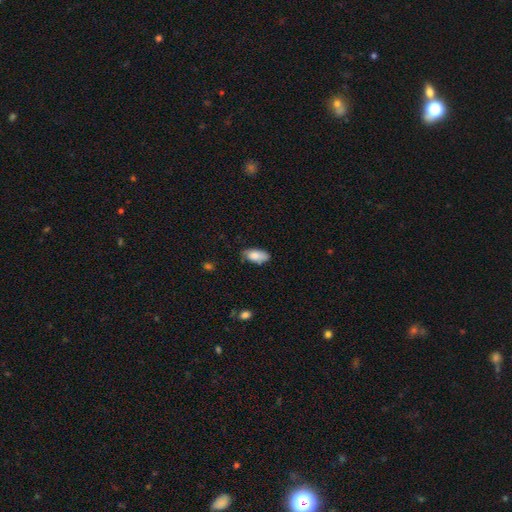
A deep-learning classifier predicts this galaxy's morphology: Smooth or featured? Predicted: smooth (p=0.82). How rounded? Predicted: in between (p=0.91). Merging? Predicted: none (p=0.62).